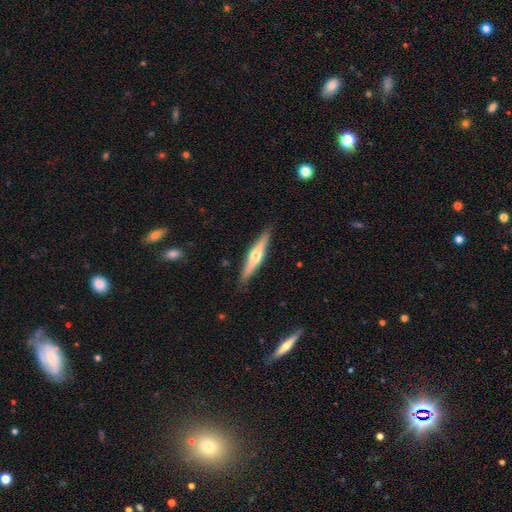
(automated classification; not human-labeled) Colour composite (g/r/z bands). It shows a featured or disk galaxy (62%) viewed edge-on (96%) with a rounded central bulge (92%). Merging: none (89%).